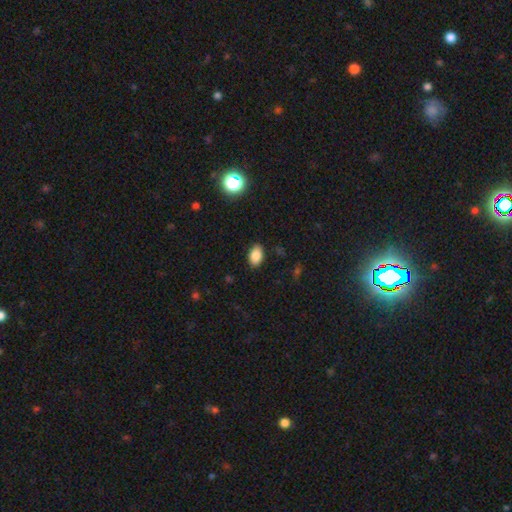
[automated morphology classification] smooth 86%, star or artifact 9%, featured or disk 5%. Down the decision tree: how rounded — in between (90%); merging — none (87%).